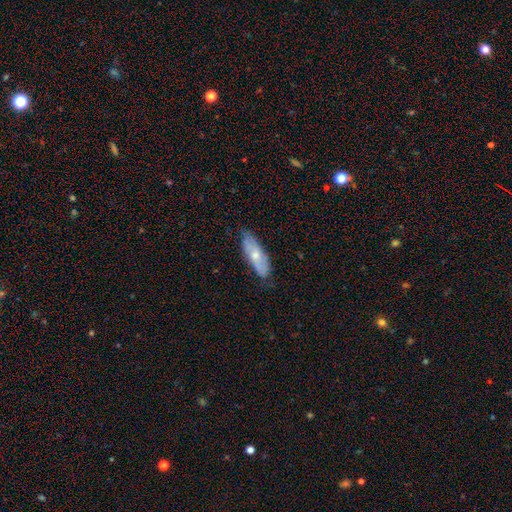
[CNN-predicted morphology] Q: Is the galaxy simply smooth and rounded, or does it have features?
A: smooth — 51%.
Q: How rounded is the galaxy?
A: in between — 61%.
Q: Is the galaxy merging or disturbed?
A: none — 73%.